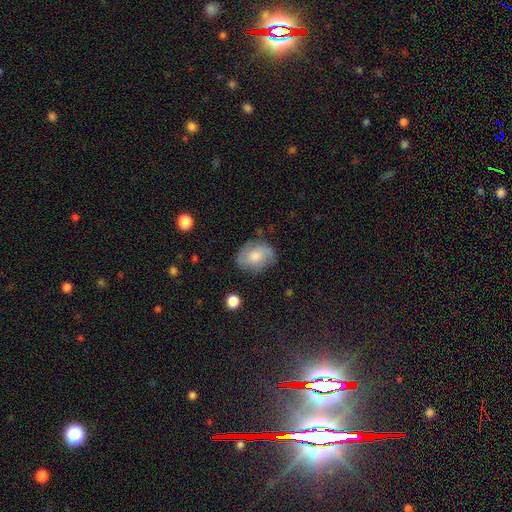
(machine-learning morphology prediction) smooth-or-featured: smooth: 51% | featured or disk: 41% | star or artifact: 8%
  how-rounded: in between: 58% | round: 41% | cigar-shaped: 1%
  merging: none: 66% | minor disturbance: 24% | major disturbance: 8% | merger: 2%